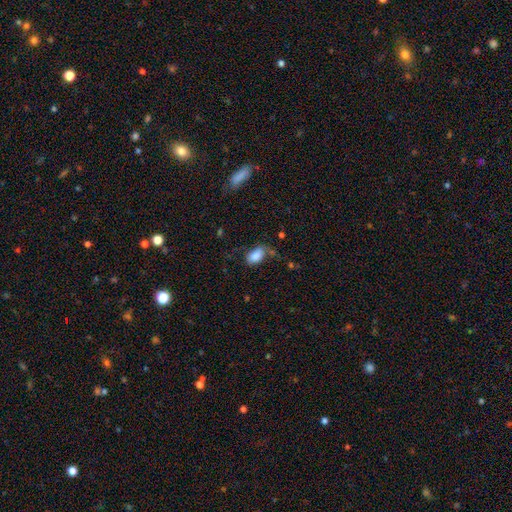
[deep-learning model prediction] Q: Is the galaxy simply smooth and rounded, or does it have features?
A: smooth — 85%.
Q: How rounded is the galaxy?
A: in between — 91%.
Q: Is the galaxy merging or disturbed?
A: none — 58%.